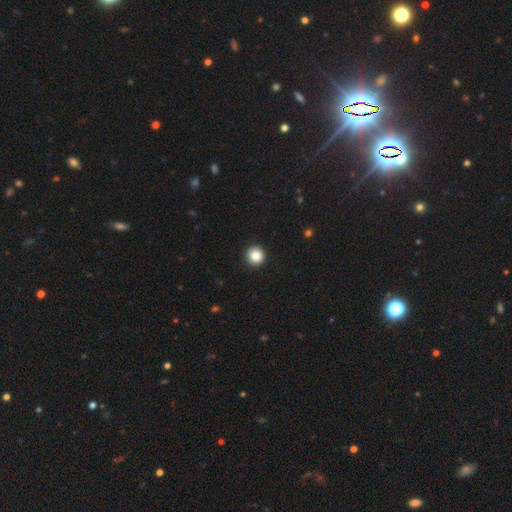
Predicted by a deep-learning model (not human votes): Overall: smooth (86%). How rounded: round (95%). Merging: none (93%).